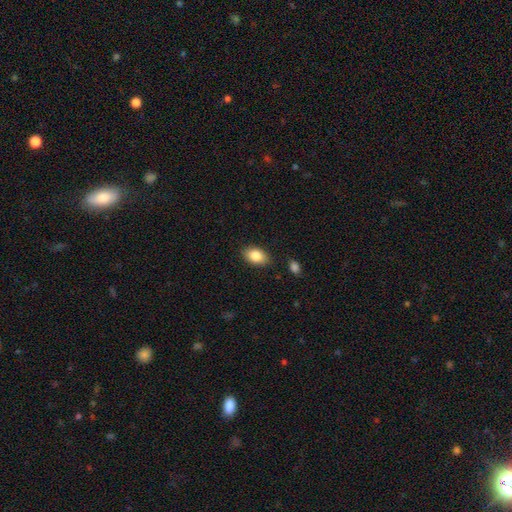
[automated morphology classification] Smooth or featured? Predicted: smooth (p=0.85). How rounded? Predicted: in between (p=0.86). Merging? Predicted: none (p=0.85).